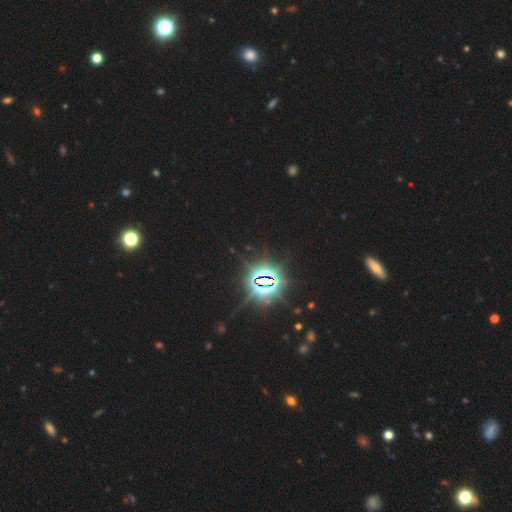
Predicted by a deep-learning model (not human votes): smooth-or-featured: star or artifact: 84% | smooth: 10% | featured or disk: 6%